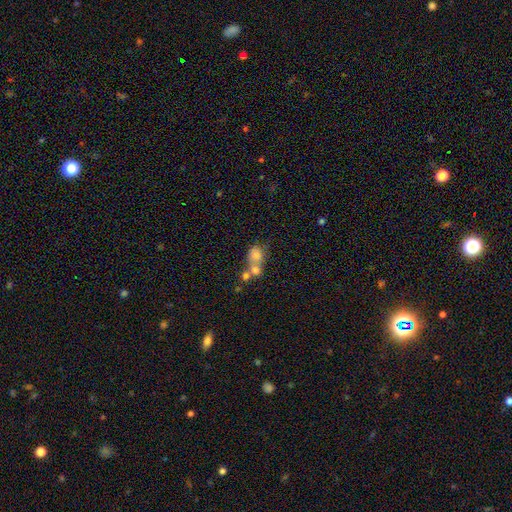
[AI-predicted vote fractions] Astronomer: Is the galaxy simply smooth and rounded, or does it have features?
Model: smooth — 70%.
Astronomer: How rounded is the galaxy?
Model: round — 58% (runner-up: in between, 40%).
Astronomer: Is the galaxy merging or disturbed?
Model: merger — 60%.